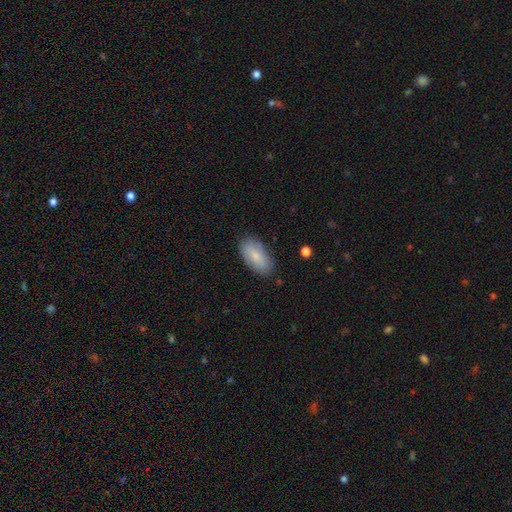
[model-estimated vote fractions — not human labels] Smooth or featured?
  - smooth: 80% *
  - featured or disk: 14%
  - star or artifact: 6%
How rounded?
  - in between: 92% *
  - cigar-shaped: 5%
  - round: 3%
Merging?
  - none: 82% *
  - minor disturbance: 13%
  - major disturbance: 3%
  - merger: 1%